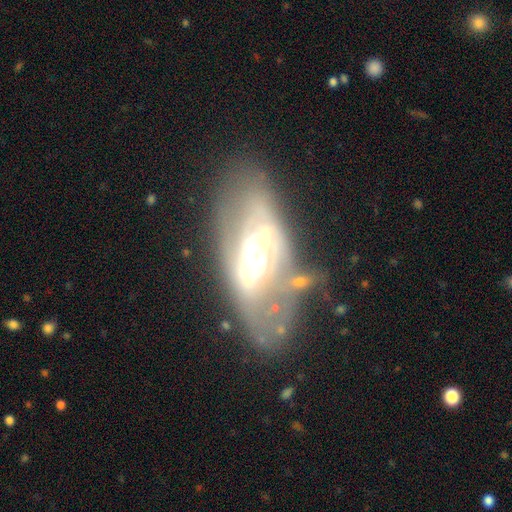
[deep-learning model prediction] Smooth or featured? Predicted: featured or disk (p=0.76). Edge-on disk? Predicted: no (p=0.88). Bar? Predicted: no (p=0.42). Spiral arms? Predicted: yes (p=0.72). Bulge size? Predicted: moderate (p=0.49). Merging? Predicted: none (p=0.46).